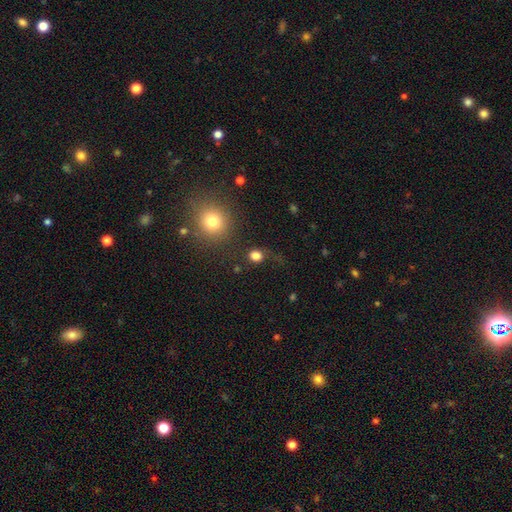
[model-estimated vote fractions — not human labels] A smooth galaxy with no disk features (80%) that is round (81%).

Vote fractions:
- Smooth or featured? smooth: 80% / star or artifact: 15% / featured or disk: 6%
- How rounded? round: 81% / in between: 18% / cigar-shaped: 1%
- Merging? none: 64% / minor disturbance: 15% / major disturbance: 14% / merger: 7%